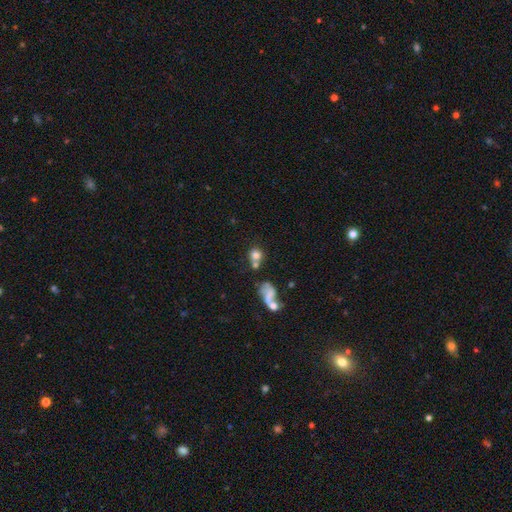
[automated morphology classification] smooth 74%, featured or disk 14%, star or artifact 12%. Down the decision tree: how rounded — round (78%); merging — none (42%).